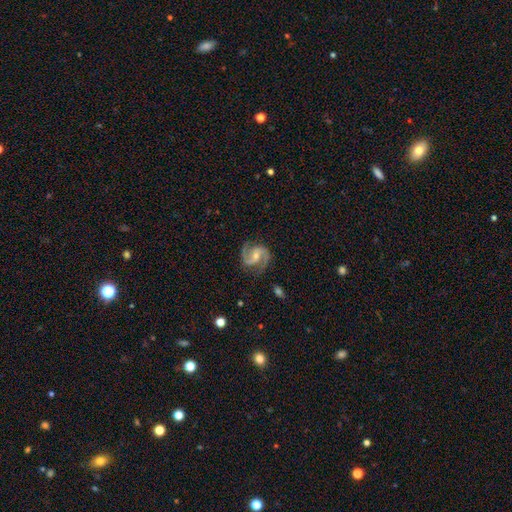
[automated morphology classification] This appears to be a featured or disk galaxy (91%) with a weak bar (43%), 2 (93%) medium (60%) spiral arms (98%) and a small central bulge (49%). Merging: none (80%).